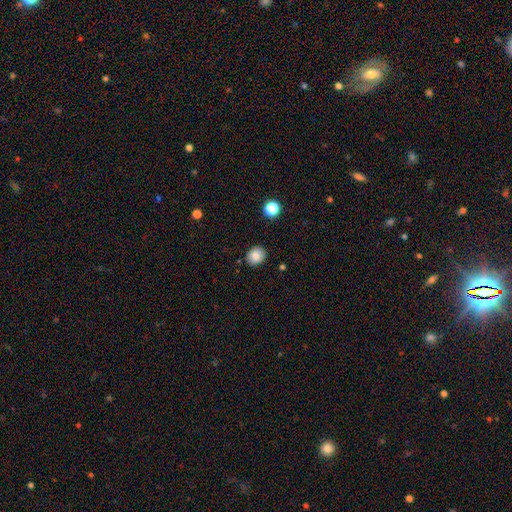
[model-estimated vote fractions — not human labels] smooth 84%, star or artifact 10%, featured or disk 6%. Down the decision tree: how rounded — round (65%); merging — none (87%).